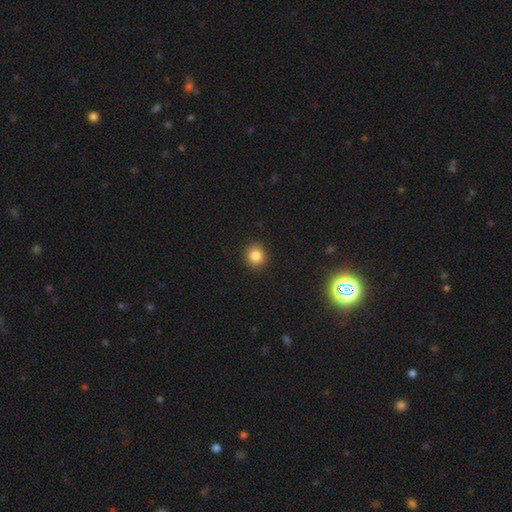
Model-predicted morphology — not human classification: smooth-or-featured: smooth: 85% | star or artifact: 11% | featured or disk: 5%
  how-rounded: round: 86% | in between: 13% | cigar-shaped: 1%
  merging: none: 92% | minor disturbance: 6% | major disturbance: 2% | merger: 1%